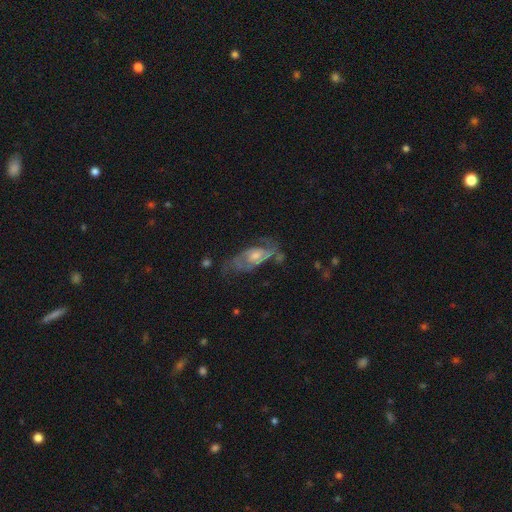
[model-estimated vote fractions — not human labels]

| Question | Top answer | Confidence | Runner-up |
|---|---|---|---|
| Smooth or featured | featured or disk | 75% | smooth (16%) |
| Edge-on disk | no | 90% | yes (10%) |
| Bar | no | 67% | weak (27%) |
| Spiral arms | yes | 81% | no (19%) |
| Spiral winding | medium | 45% | tight (33%) |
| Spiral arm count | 2 | 62% | can't tell (24%) |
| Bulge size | moderate | 51% | small (37%) |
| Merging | none | 52% | minor disturbance (23%) |